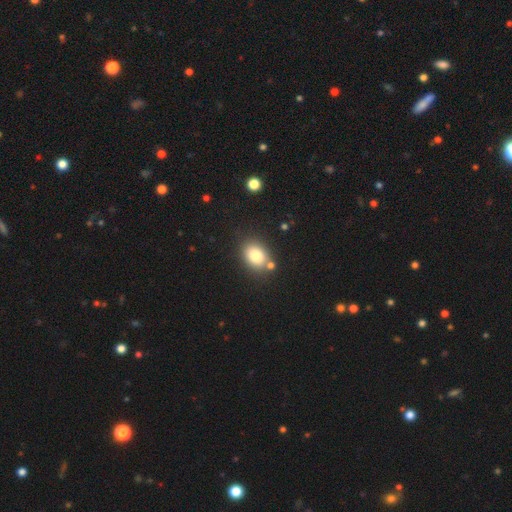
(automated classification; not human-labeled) The model was most divided on "how rounded": in between: 68%, round: 31%, cigar-shaped: 1%. More confident: smooth or featured — smooth (82%); merging — none (74%).